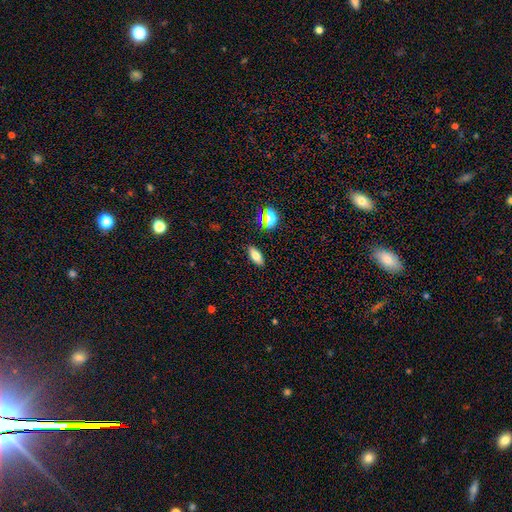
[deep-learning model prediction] smooth-or-featured: smooth: 73% | featured or disk: 14% | star or artifact: 13%
  how-rounded: in between: 80% | cigar-shaped: 16% | round: 4%
  merging: none: 89% | minor disturbance: 8% | major disturbance: 2% | merger: 1%